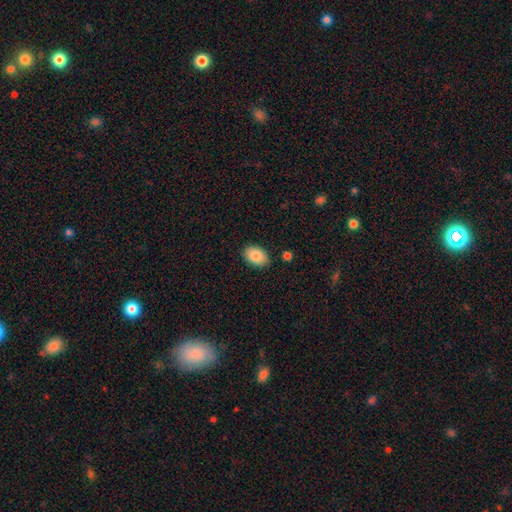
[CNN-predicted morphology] The model was most divided on "how rounded": in between: 86%, round: 12%, cigar-shaped: 1%. More confident: merging — none (86%); smooth or featured — smooth (86%).